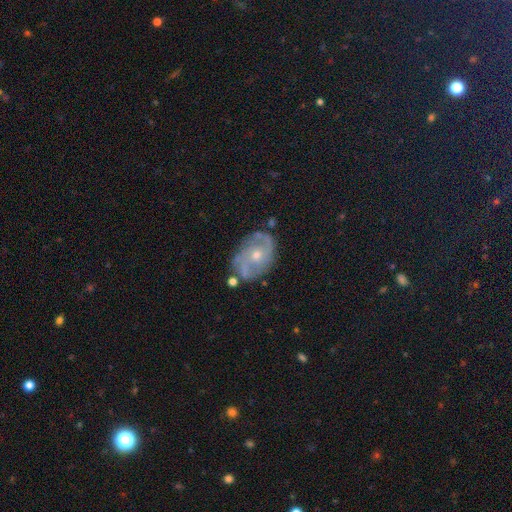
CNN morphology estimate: Smooth or featured? Predicted: featured or disk (p=0.82). Edge-on disk? Predicted: no (p=0.97). Bar? Predicted: no (p=0.71). Spiral arms? Predicted: yes (p=0.93). Spiral winding? Predicted: medium (p=0.46). Spiral arm count? Predicted: 2 (p=0.46). Bulge size? Predicted: small (p=0.55). Merging? Predicted: none (p=0.70).